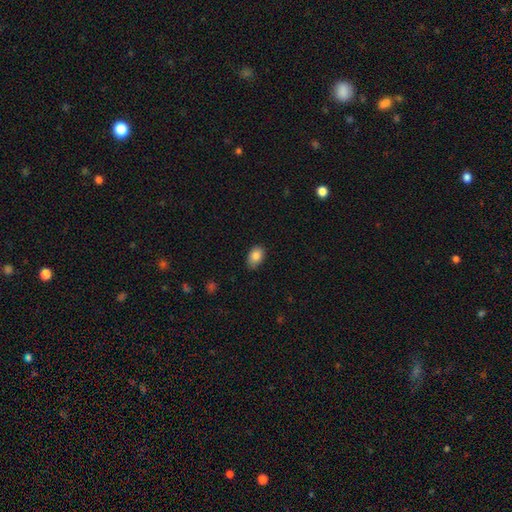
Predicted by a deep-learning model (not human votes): Smooth or featured? smooth (86%)
How rounded? in between (84%)
Merging? none (77%)